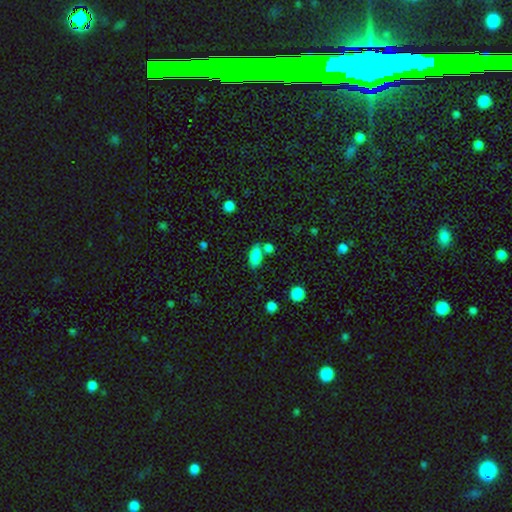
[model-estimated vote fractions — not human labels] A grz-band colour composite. It shows a smooth galaxy with no disk features (83%) that is in between round and cigar-shaped (89%). Merging: none (61%).